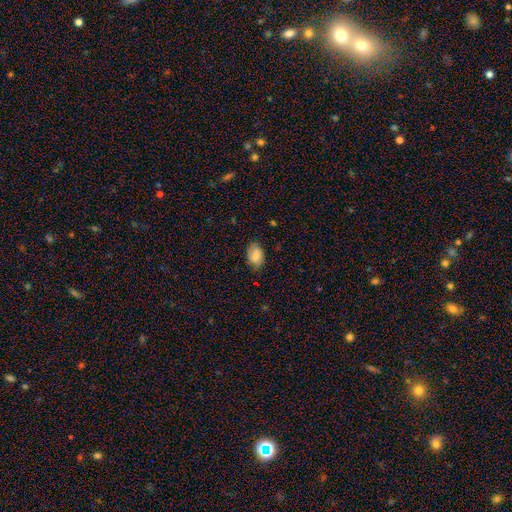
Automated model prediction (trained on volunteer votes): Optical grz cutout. It shows a smooth galaxy with no disk features (80%) that is in between round and cigar-shaped (87%). Merging: none (74%).